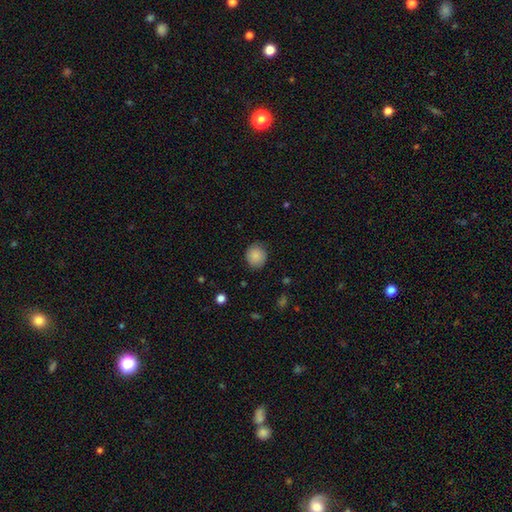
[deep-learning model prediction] smooth_or_featured: smooth (p=0.86) [alt: star or artifact p=0.08]
how_rounded: round (p=0.83) [alt: in between p=0.16]
merging: none (p=0.82) [alt: minor disturbance p=0.14]